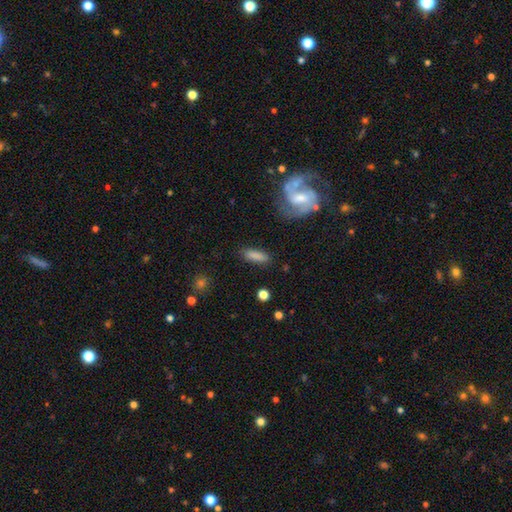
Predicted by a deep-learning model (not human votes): Smooth or featured? smooth (85%)
How rounded? in between (53%)
Merging? none (83%)